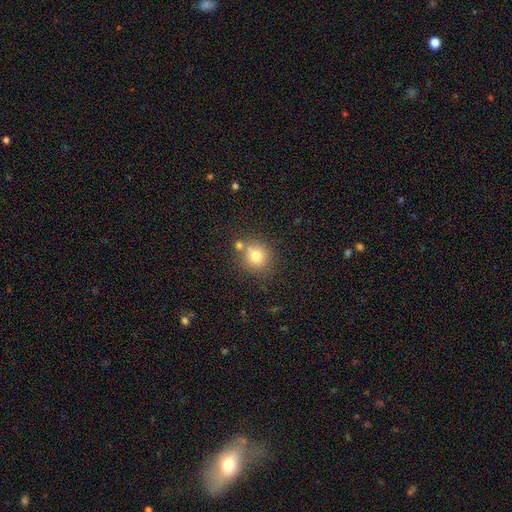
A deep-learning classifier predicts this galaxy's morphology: A smooth galaxy with no disk features (77%) that is round (88%).

Vote fractions:
- Smooth or featured? smooth: 77% / star or artifact: 12% / featured or disk: 11%
- How rounded? round: 88% / in between: 11% / cigar-shaped: 1%
- Merging? none: 66% / merger: 19% / minor disturbance: 11% / major disturbance: 3%